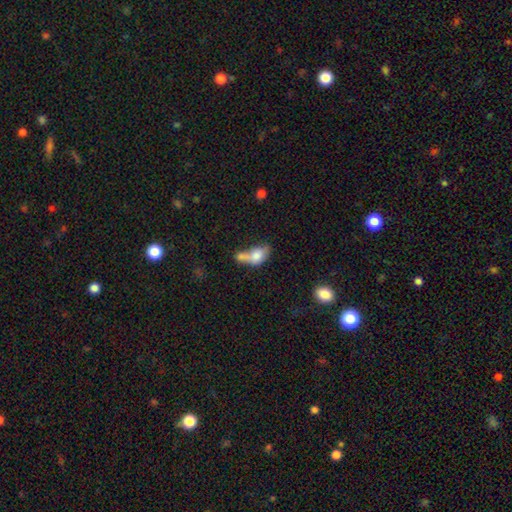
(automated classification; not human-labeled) A smooth galaxy with no disk features (70%) that is in between round and cigar-shaped (77%). Merging: merger (57%).